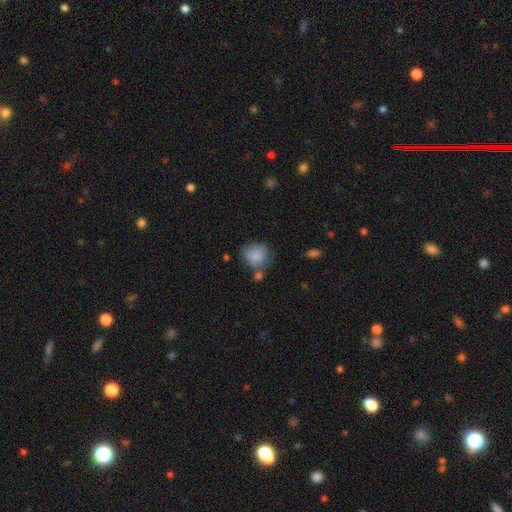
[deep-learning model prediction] smooth_or_featured: smooth (p=0.85) [alt: star or artifact p=0.08]
how_rounded: round (p=0.75) [alt: in between p=0.24]
merging: none (p=0.55) [alt: minor disturbance p=0.22]